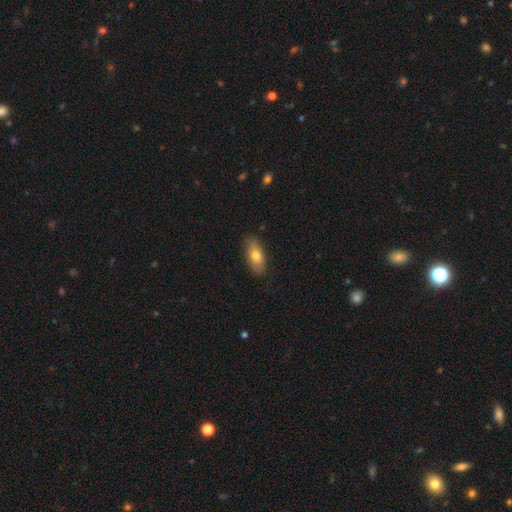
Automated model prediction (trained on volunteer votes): Q: Smooth or featured?
A: smooth (74%); runner-up: featured or disk (19%)
Q: How rounded?
A: in between (85%); runner-up: cigar-shaped (11%)
Q: Merging?
A: none (85%); runner-up: minor disturbance (11%)